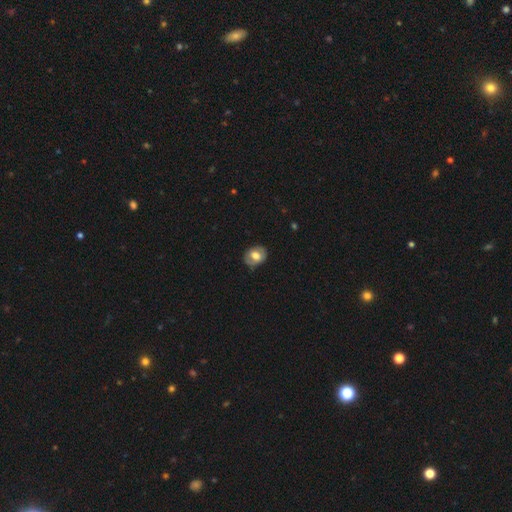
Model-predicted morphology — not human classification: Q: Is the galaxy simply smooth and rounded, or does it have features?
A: smooth — 62%.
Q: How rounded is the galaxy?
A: in between — 55%.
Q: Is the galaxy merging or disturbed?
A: none — 77%.